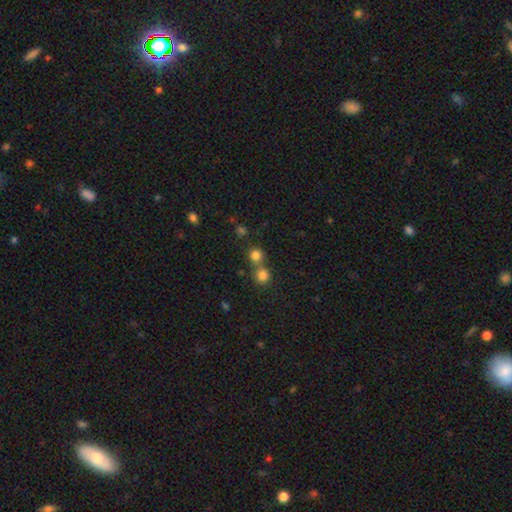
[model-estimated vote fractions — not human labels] The model was most divided on "merging": none: 56%, merger: 36%, minor disturbance: 5%, major disturbance: 2%. More confident: how rounded — round (90%); smooth or featured — smooth (79%).